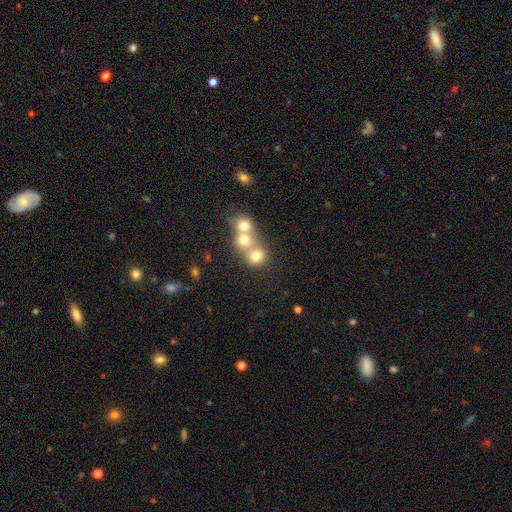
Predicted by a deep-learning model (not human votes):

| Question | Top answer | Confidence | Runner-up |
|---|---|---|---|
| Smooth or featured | smooth | 72% | featured or disk (14%) |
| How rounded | round | 78% | in between (20%) |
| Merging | merger | 57% | none (34%) |